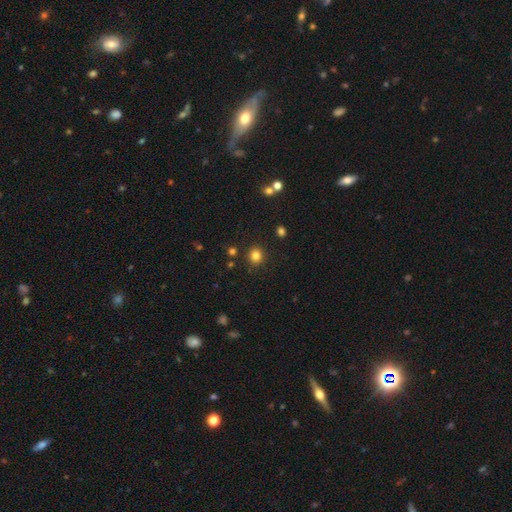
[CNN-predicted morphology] smooth_or_featured: smooth (p=0.82) [alt: star or artifact p=0.13]
how_rounded: round (p=0.86) [alt: in between p=0.13]
merging: none (p=0.90) [alt: minor disturbance p=0.06]